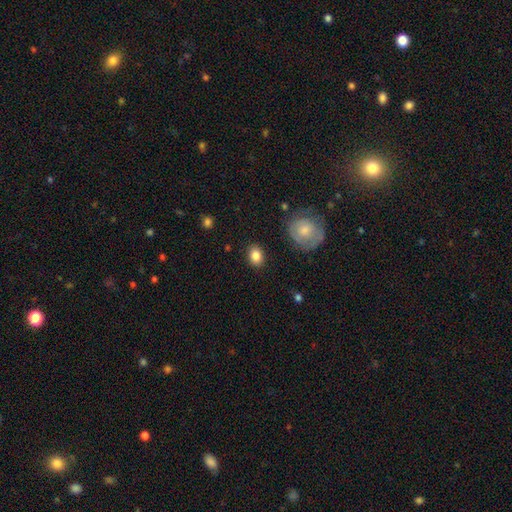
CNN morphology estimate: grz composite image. It shows a smooth galaxy with no disk features (85%) that is in between round and cigar-shaped (60%). Merging: none (87%).